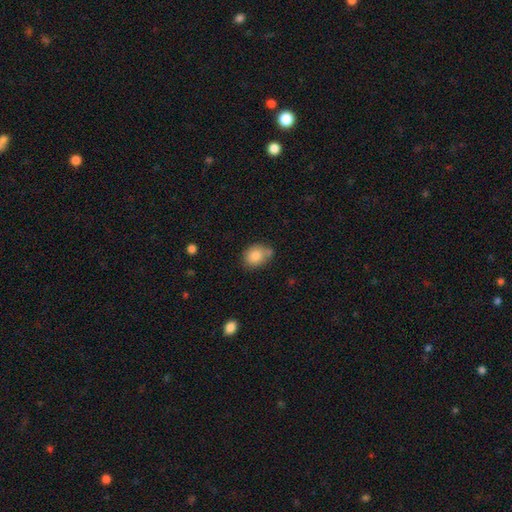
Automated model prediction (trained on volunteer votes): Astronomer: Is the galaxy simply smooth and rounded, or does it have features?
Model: smooth — 84%.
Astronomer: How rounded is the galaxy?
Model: in between — 51% (runner-up: round, 48%).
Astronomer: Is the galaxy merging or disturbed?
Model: none — 58%.